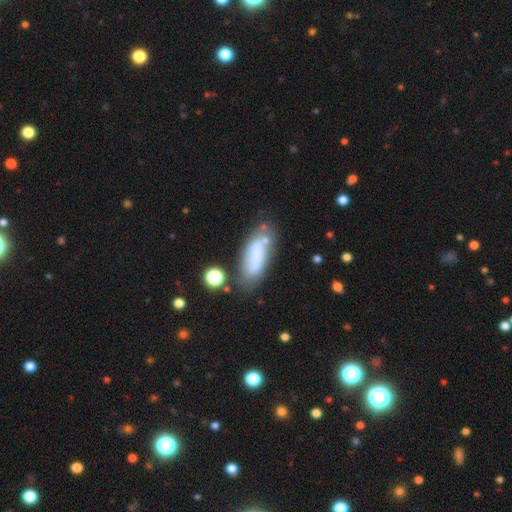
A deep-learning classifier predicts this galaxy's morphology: Q: Smooth or featured?
A: smooth (68%); runner-up: featured or disk (23%)
Q: How rounded?
A: in between (70%); runner-up: cigar-shaped (27%)
Q: Merging?
A: none (59%); runner-up: minor disturbance (22%)